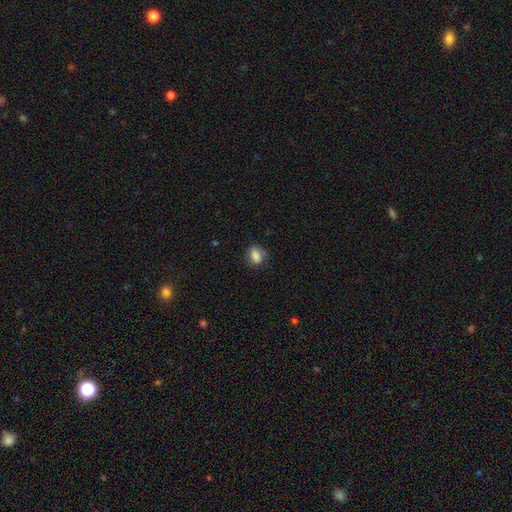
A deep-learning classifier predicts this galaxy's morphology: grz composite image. It shows a smooth galaxy with no disk features (81%) that is in between round and cigar-shaped (70%). Merging: none (67%).